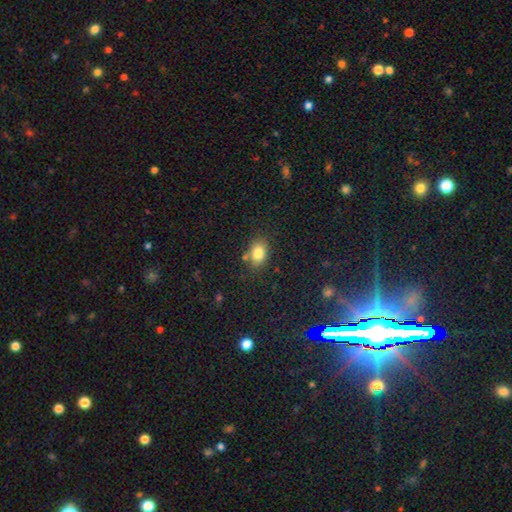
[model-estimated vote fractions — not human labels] Smooth or featured? smooth (80%)
How rounded? in between (68%)
Merging? none (77%)